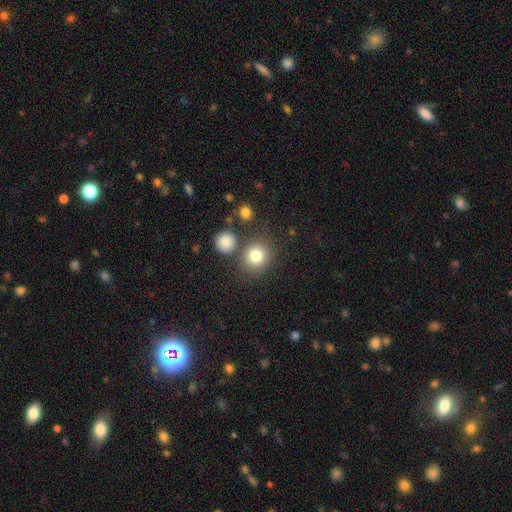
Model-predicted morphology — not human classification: smooth_or_featured: smooth (p=0.80) [alt: star or artifact p=0.12]
how_rounded: round (p=0.83) [alt: in between p=0.16]
merging: none (p=0.76) [alt: merger p=0.11]